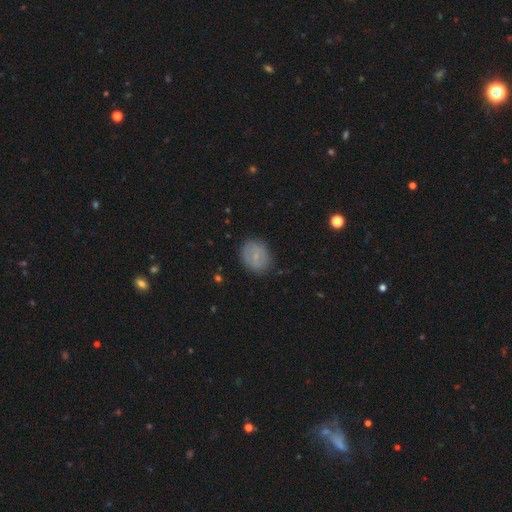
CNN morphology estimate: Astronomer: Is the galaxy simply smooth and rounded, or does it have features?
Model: smooth — 64%.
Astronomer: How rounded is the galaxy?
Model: round — 54% (runner-up: in between, 44%).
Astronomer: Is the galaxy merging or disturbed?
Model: none — 83%.